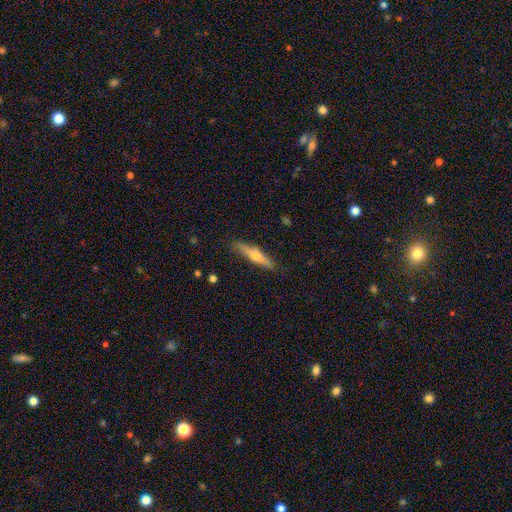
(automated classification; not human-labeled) Smooth or featured? featured or disk (55%)
Edge-on disk? yes (95%)
Edge-on bulge? rounded (89%)
Merging? none (87%)